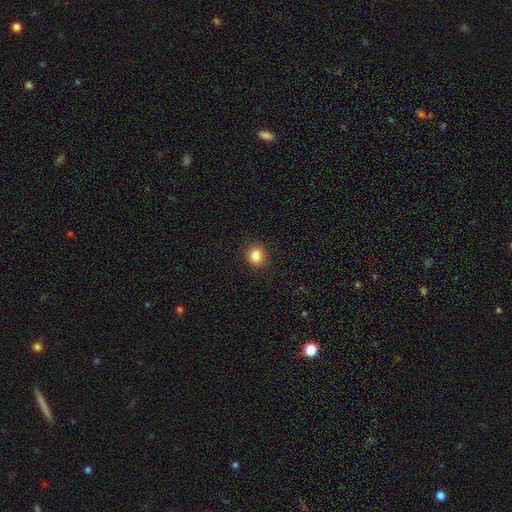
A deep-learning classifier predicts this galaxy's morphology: smooth_or_featured: smooth (p=0.85) [alt: star or artifact p=0.10]
how_rounded: round (p=0.79) [alt: in between p=0.21]
merging: none (p=0.90) [alt: minor disturbance p=0.07]